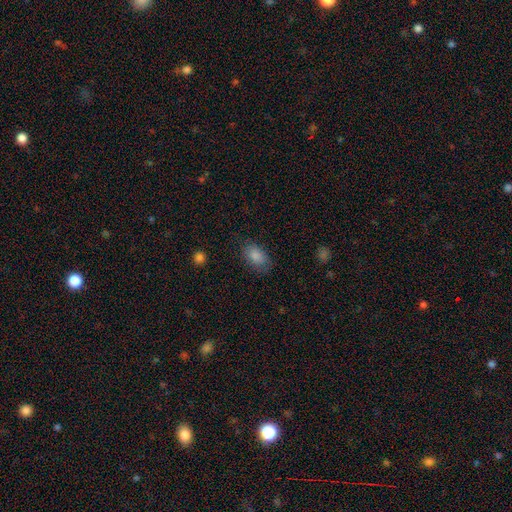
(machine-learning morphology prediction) smooth_or_featured: smooth (p=0.86) [alt: star or artifact p=0.08]
how_rounded: in between (p=0.90) [alt: round p=0.08]
merging: none (p=0.76) [alt: minor disturbance p=0.17]